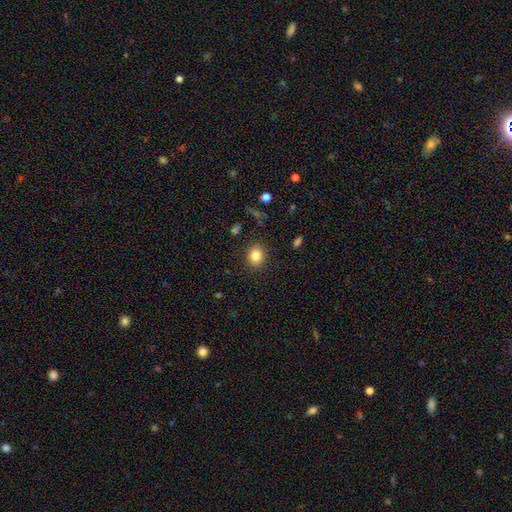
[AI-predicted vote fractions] Morphology: type=smooth (83%); roundness=round (68%); merging=none (89%).